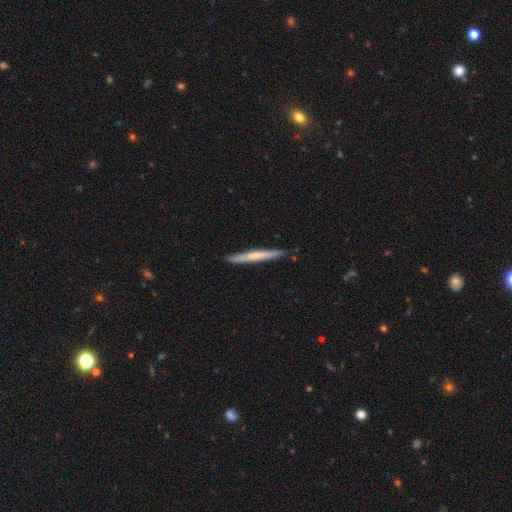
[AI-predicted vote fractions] Smooth or featured? Predicted: smooth (p=0.54). How rounded? Predicted: cigar-shaped (p=0.97). Merging? Predicted: none (p=0.91).